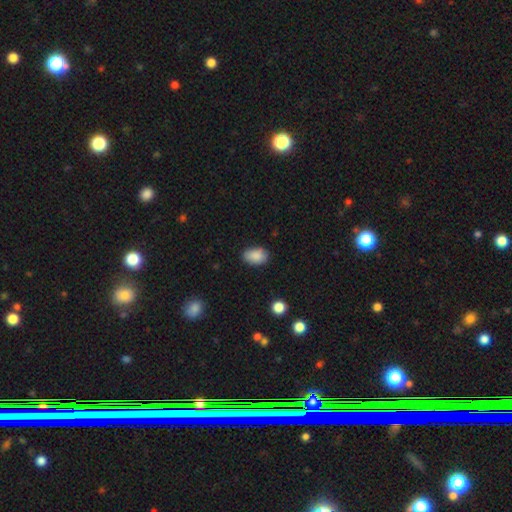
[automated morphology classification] Smooth or featured? Predicted: smooth (p=0.87). How rounded? Predicted: in between (p=0.88). Merging? Predicted: none (p=0.79).